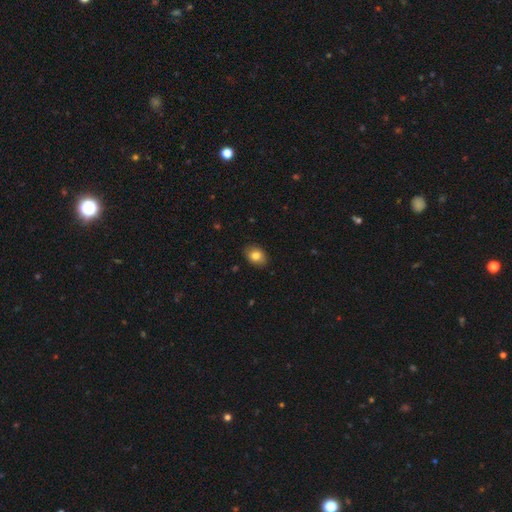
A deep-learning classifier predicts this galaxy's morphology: smooth-or-featured: smooth: 81% | featured or disk: 10% | star or artifact: 9%
  how-rounded: in between: 74% | round: 25% | cigar-shaped: 1%
  merging: none: 87% | minor disturbance: 10% | major disturbance: 2% | merger: 1%